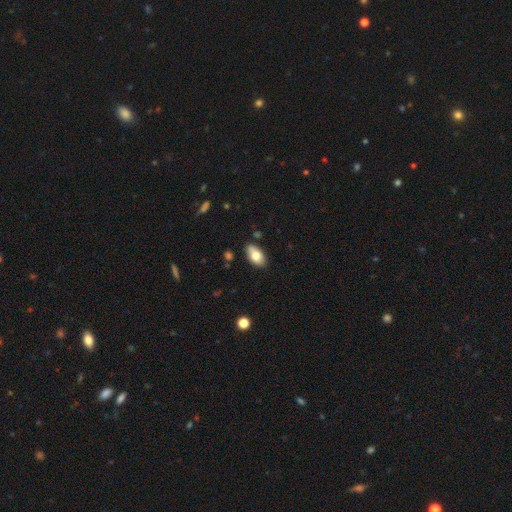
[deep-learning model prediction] Morphology: type=smooth (76%); roundness=in between (93%); merging=none (79%).